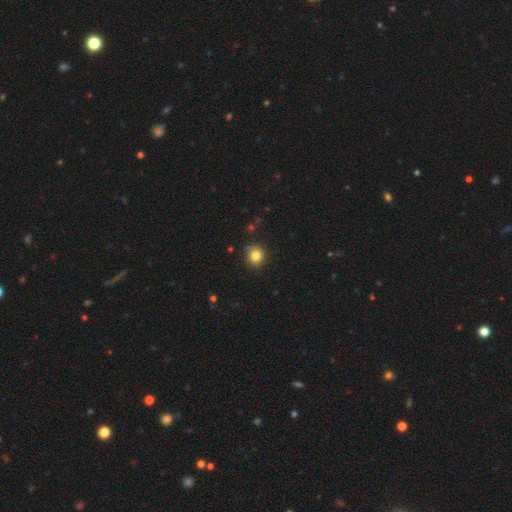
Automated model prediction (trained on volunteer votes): Overall: smooth (82%). How rounded: round (86%). Merging: none (84%).